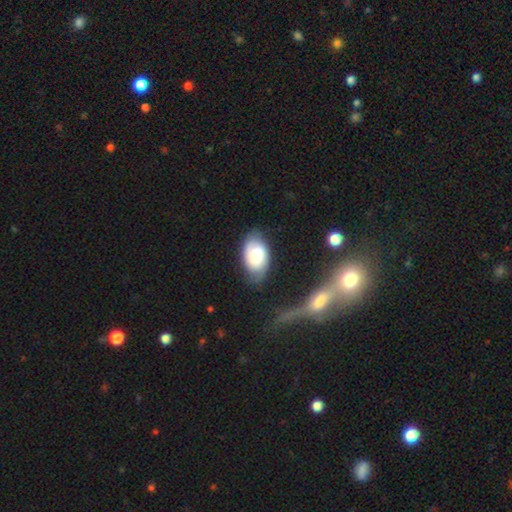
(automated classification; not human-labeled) smooth_or_featured: smooth (p=0.62) [alt: featured or disk p=0.30]
how_rounded: in between (p=0.91) [alt: round p=0.08]
merging: none (p=0.65) [alt: minor disturbance p=0.24]